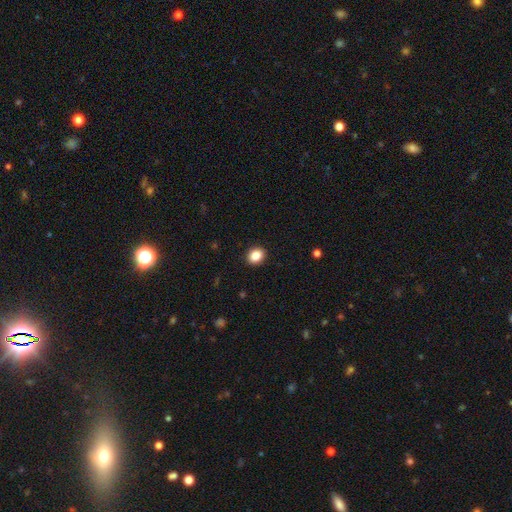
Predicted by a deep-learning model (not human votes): smooth 86%, star or artifact 9%, featured or disk 5%. Down the decision tree: how rounded — round (53%); merging — none (91%).